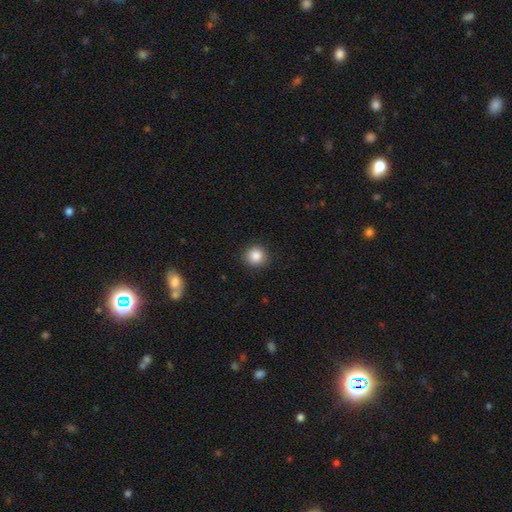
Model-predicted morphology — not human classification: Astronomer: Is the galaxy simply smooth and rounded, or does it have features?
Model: smooth — 87%.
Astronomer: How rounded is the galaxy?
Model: round — 91%.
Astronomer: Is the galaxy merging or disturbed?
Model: none — 90%.